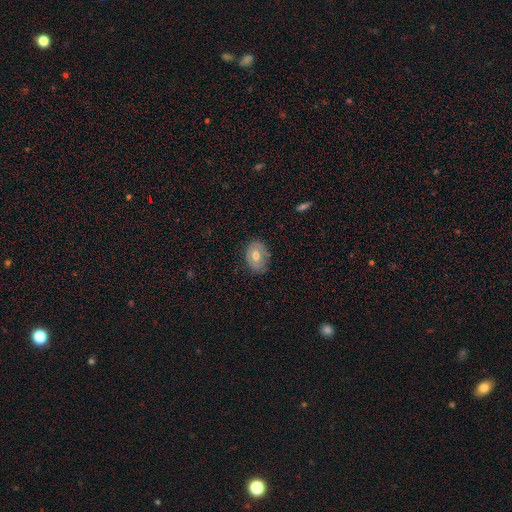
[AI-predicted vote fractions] smooth_or_featured: smooth (p=0.52) [alt: featured or disk p=0.39]
how_rounded: in between (p=0.68) [alt: round p=0.30]
merging: none (p=0.80) [alt: minor disturbance p=0.16]